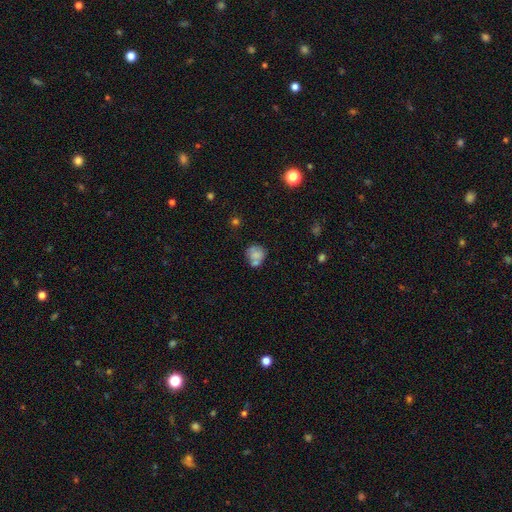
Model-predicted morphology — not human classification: Smooth or featured? smooth (69%)
How rounded? round (74%)
Merging? none (46%)